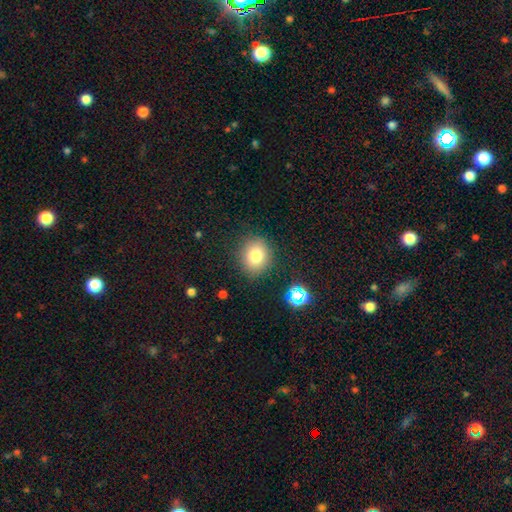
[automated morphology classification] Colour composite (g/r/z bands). It shows a smooth galaxy with no disk features (79%) that is round (71%). Merging: none (86%).